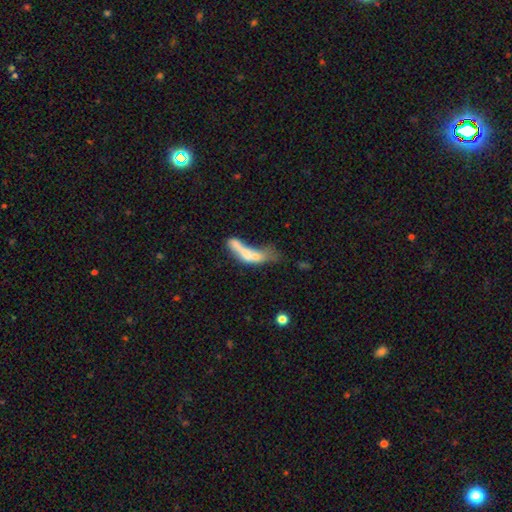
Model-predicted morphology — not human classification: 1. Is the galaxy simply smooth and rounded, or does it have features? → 52% smooth, 38% featured or disk, 10% star or artifact.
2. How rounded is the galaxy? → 52% cigar-shaped, 44% in between, 5% round.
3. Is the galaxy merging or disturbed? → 50% merger, 25% major disturbance, 14% none, 11% minor disturbance.